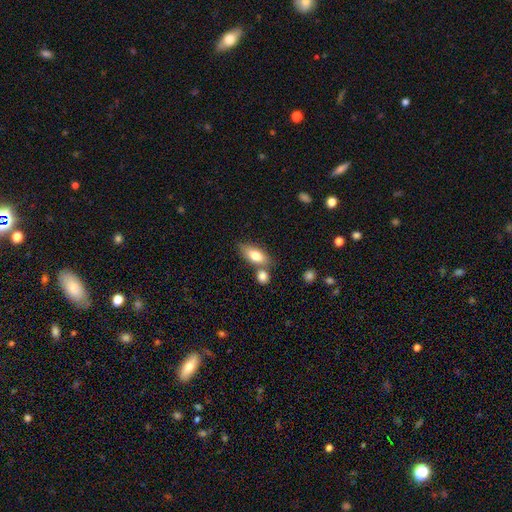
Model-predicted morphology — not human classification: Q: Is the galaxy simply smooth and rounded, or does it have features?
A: smooth — 76%.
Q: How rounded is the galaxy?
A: in between — 79%.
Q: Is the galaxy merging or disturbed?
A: none — 54%.